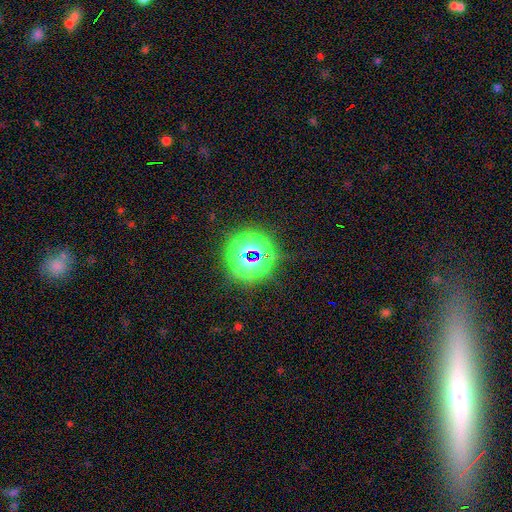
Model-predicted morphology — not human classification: This is likely a star or artifact rather than a galaxy (66%).